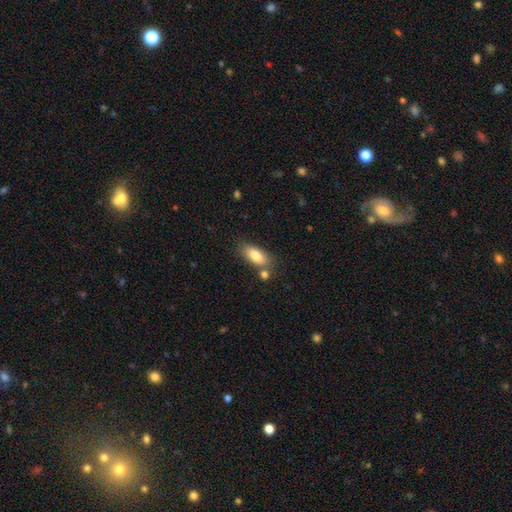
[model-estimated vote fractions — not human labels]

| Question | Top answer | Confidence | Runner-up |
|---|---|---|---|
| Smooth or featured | smooth | 82% | featured or disk (11%) |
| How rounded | in between | 83% | cigar-shaped (14%) |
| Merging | none | 69% | minor disturbance (14%) |